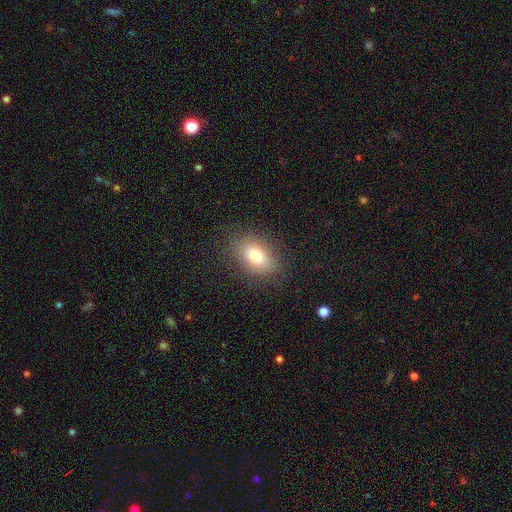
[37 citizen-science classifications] This appears to be a smooth galaxy with no disk features (92%) that is in between round and cigar-shaped (88%). Merging: none (89%).